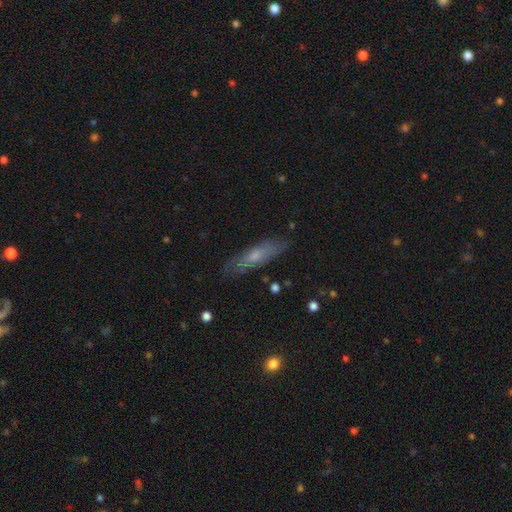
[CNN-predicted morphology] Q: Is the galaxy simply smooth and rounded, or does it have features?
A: smooth — 52%.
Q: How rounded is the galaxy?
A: cigar-shaped — 67%.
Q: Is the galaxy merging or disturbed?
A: none — 80%.